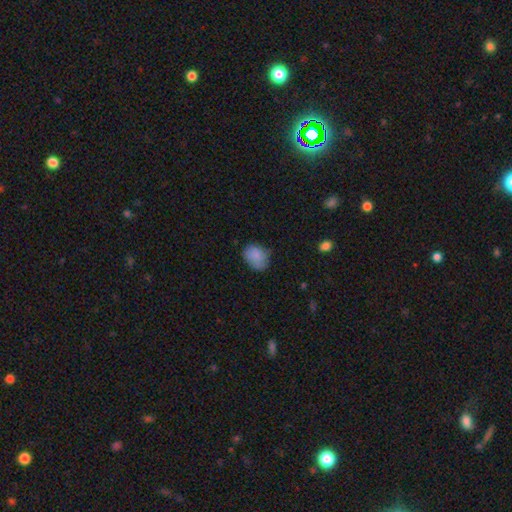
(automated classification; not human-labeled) Q: Smooth or featured?
A: smooth (85%); runner-up: star or artifact (8%)
Q: How rounded?
A: in between (63%); runner-up: round (36%)
Q: Merging?
A: none (68%); runner-up: minor disturbance (25%)